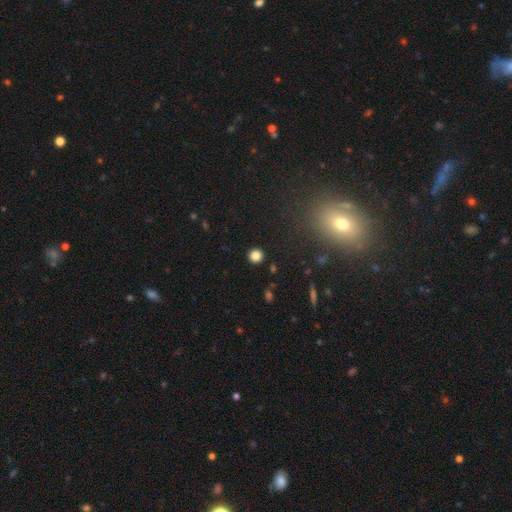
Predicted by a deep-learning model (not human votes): The model was most divided on "smooth or featured": smooth: 83%, star or artifact: 12%, featured or disk: 4%. More confident: how rounded — round (94%); merging — none (92%).